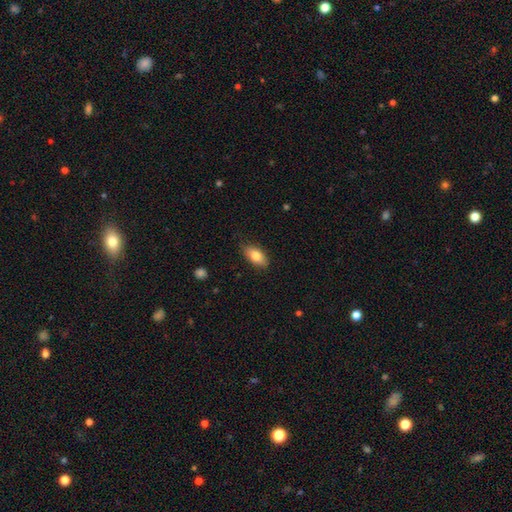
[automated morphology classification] Smooth or featured: smooth — 80% (featured or disk — 14%)
How rounded: in between — 90% (cigar-shaped — 6%)
Merging: none — 82% (minor disturbance — 15%)